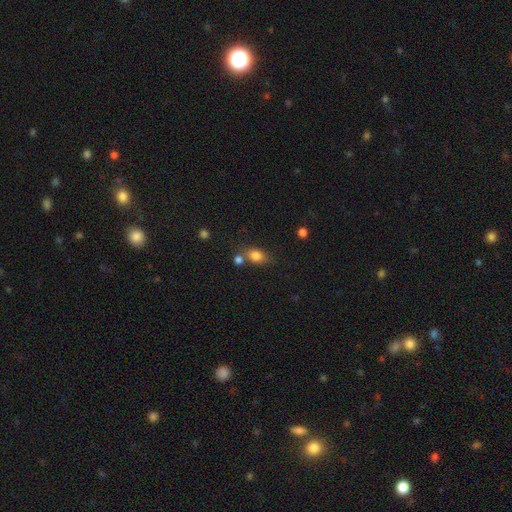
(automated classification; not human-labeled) smooth_or_featured: smooth (p=0.82) [alt: star or artifact p=0.10]
how_rounded: in between (p=0.69) [alt: round p=0.28]
merging: none (p=0.59) [alt: merger p=0.22]